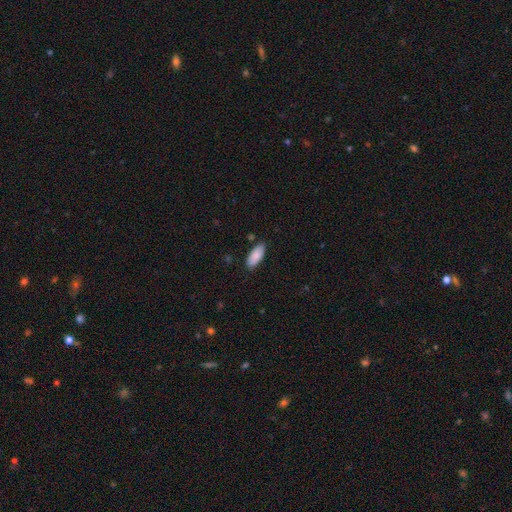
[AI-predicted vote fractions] Morphology: type=smooth (88%); roundness=in between (83%); merging=none (85%).